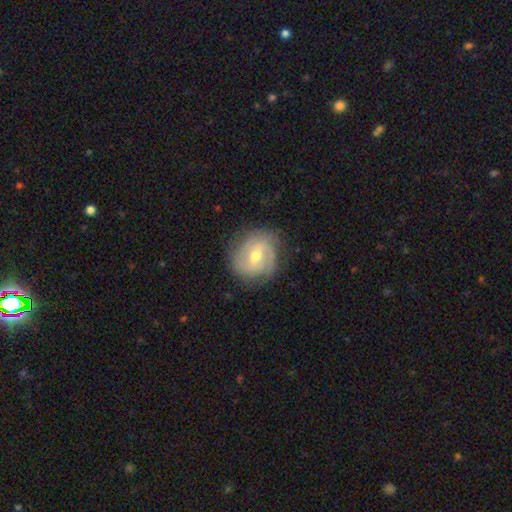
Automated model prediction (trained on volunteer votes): Overall: featured or disk (73%). Edge-on disk: no (97%). Bar: weak (53%; no 27%). Spiral arms: yes (87%). Spiral arm count: 2 (51%; can't tell 24%). Spiral winding: tight (47%; medium 38%). Bulge size: moderate (63%; small 32%). Merging: none (75%).